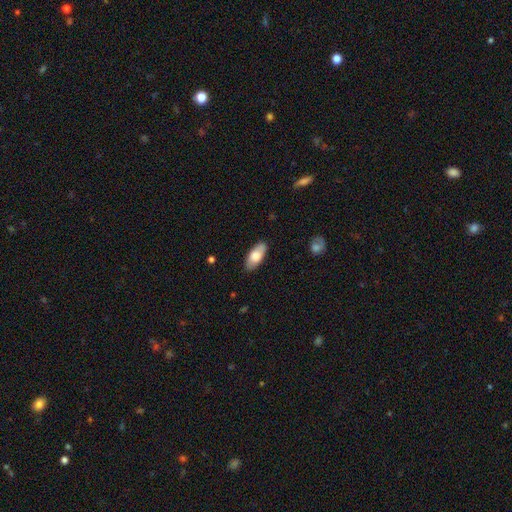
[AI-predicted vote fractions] This appears to be a smooth galaxy with no disk features (74%) that is in between round and cigar-shaped (87%). Merging: none (86%).